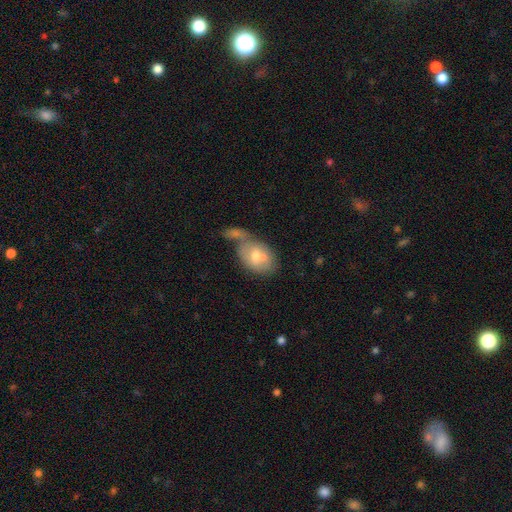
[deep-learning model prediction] Q: Smooth or featured?
A: smooth (57%); runner-up: featured or disk (35%)
Q: How rounded?
A: in between (80%); runner-up: round (19%)
Q: Merging?
A: merger (54%); runner-up: none (23%)